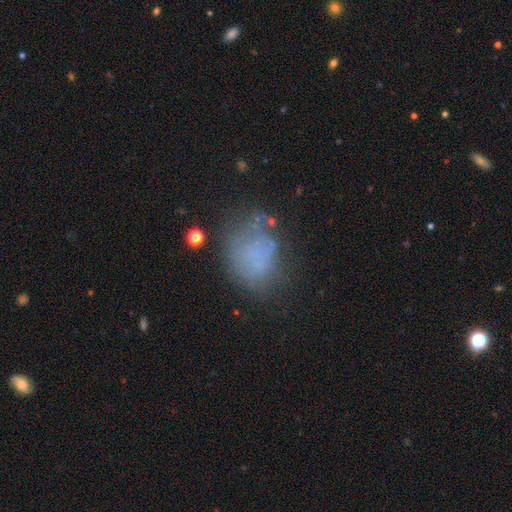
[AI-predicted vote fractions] smooth_or_featured: smooth (p=0.58) [alt: featured or disk p=0.26]
how_rounded: in between (p=0.55) [alt: round p=0.44]
merging: none (p=0.49) [alt: minor disturbance p=0.26]